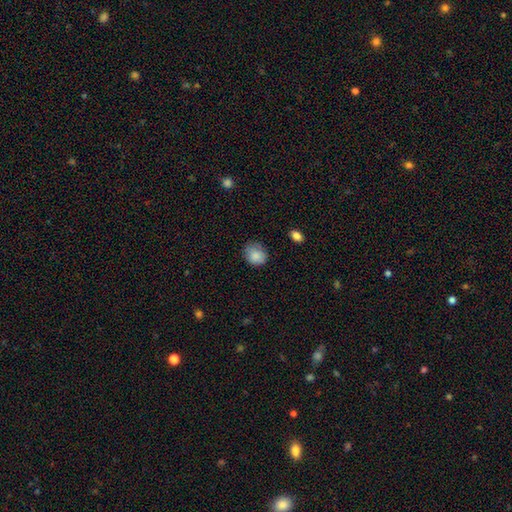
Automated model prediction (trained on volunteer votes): Q: Smooth or featured?
A: smooth (85%); runner-up: star or artifact (8%)
Q: How rounded?
A: round (66%); runner-up: in between (34%)
Q: Merging?
A: none (70%); runner-up: minor disturbance (23%)